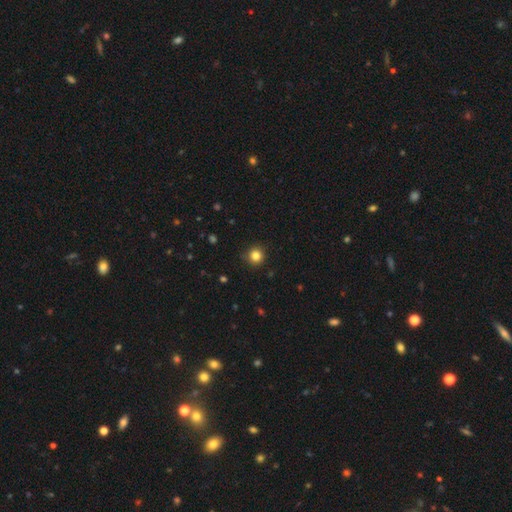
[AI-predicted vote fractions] smooth 84%, star or artifact 12%, featured or disk 4%. Down the decision tree: how rounded — round (94%); merging — none (89%).